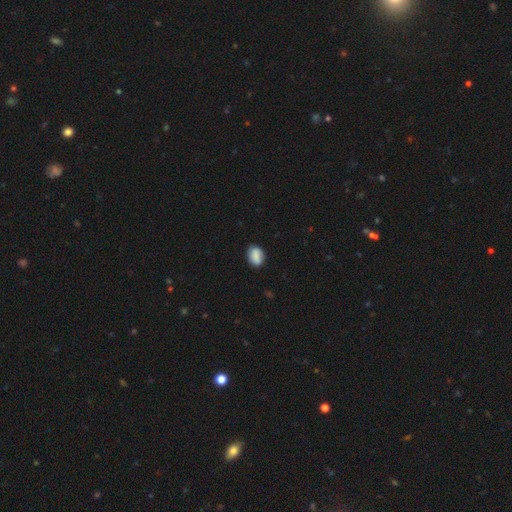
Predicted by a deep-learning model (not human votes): Smooth or featured: smooth — 82% (featured or disk — 10%)
How rounded: in between — 73% (round — 25%)
Merging: none — 79% (minor disturbance — 16%)